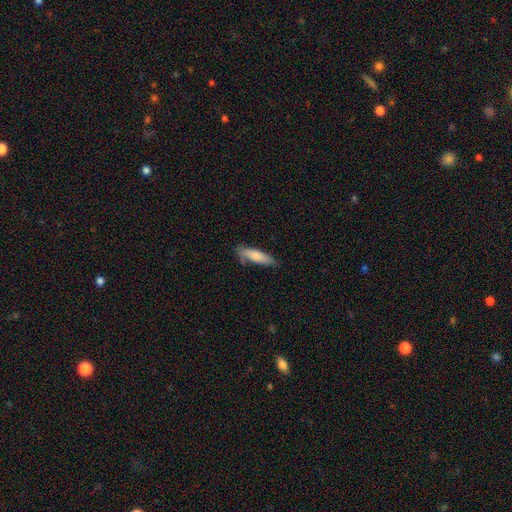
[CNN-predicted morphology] This is likely a smooth galaxy (79%). How rounded: likely cigar-shaped (62%). Merging: likely none (69%).